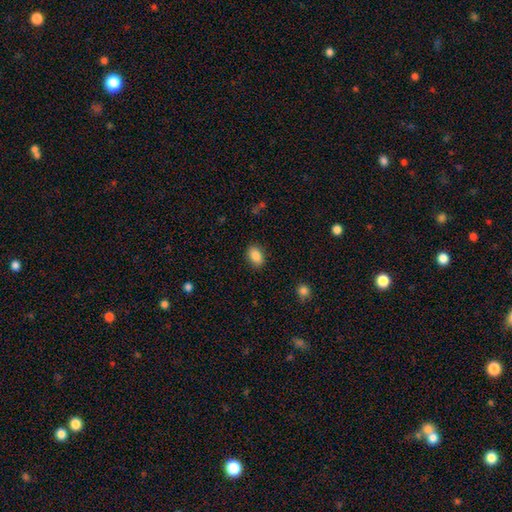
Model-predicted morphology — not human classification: type=smooth (87%); roundness=in between (87%); merging=none (86%).